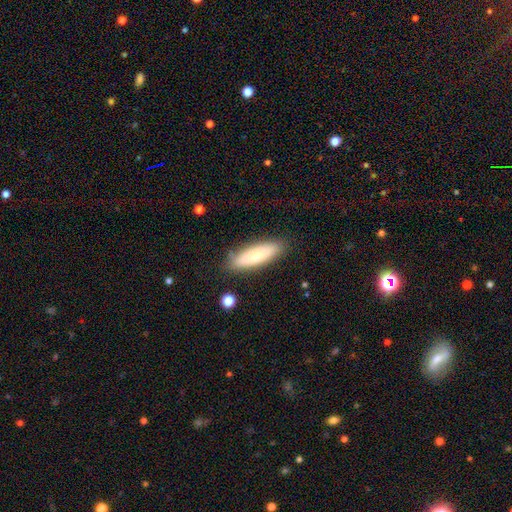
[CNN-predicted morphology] smooth-or-featured: smooth: 69% | featured or disk: 24% | star or artifact: 7%
  how-rounded: cigar-shaped: 50% | in between: 48% | round: 2%
  merging: none: 84% | minor disturbance: 12% | major disturbance: 2% | merger: 2%